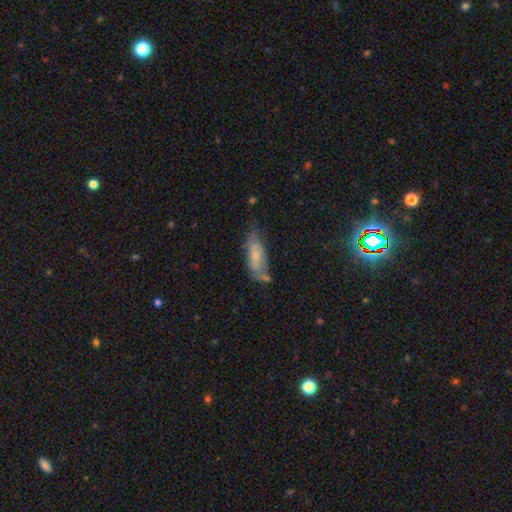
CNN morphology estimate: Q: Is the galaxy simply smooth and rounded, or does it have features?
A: smooth — 52%.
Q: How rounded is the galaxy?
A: in between — 69%.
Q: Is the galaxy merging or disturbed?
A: none — 47%.